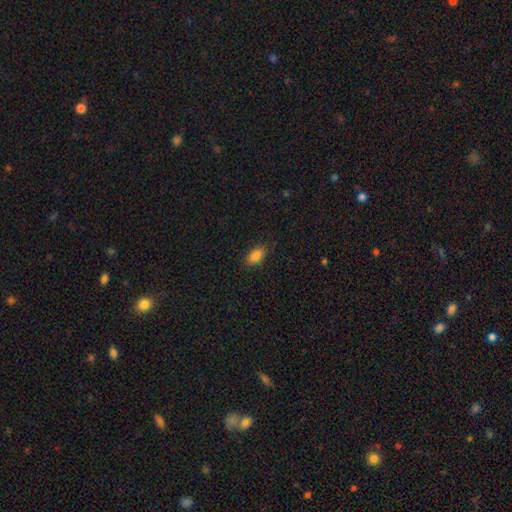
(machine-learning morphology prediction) The model was most divided on "merging": none: 85%, minor disturbance: 11%, major disturbance: 3%, merger: 1%. More confident: how rounded — in between (90%); smooth or featured — smooth (86%).